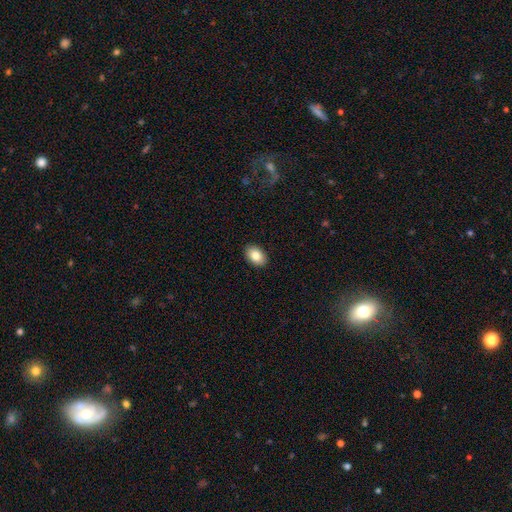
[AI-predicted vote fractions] The model was most divided on "how rounded": in between: 86%, round: 13%, cigar-shaped: 1%. More confident: merging — none (90%); smooth or featured — smooth (84%).